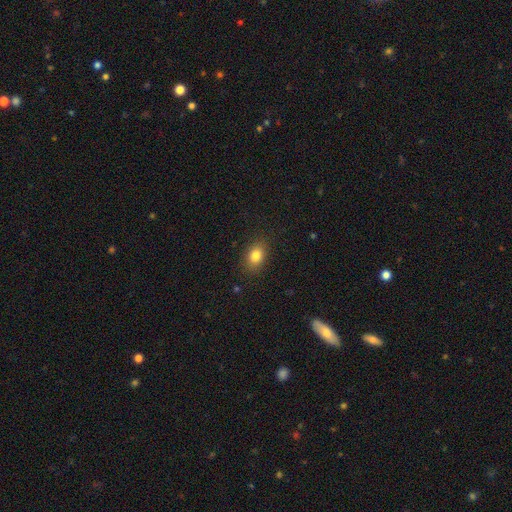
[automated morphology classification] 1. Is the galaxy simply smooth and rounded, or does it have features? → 83% smooth, 10% star or artifact, 7% featured or disk.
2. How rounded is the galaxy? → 73% in between, 26% round, 2% cigar-shaped.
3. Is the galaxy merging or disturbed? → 86% none, 10% minor disturbance, 3% major disturbance, 1% merger.